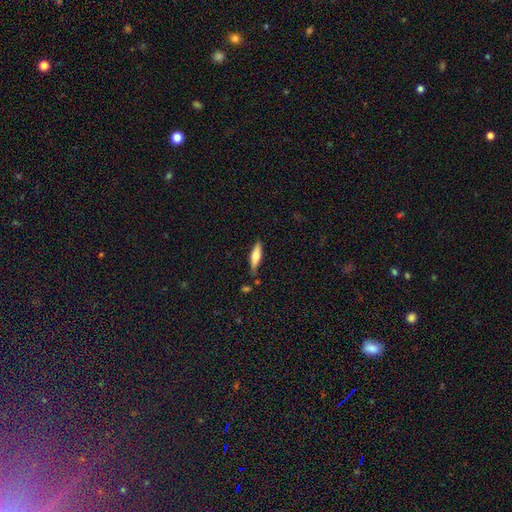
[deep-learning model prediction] Smooth or featured? Predicted: smooth (p=0.58). How rounded? Predicted: cigar-shaped (p=0.65). Merging? Predicted: none (p=0.79).